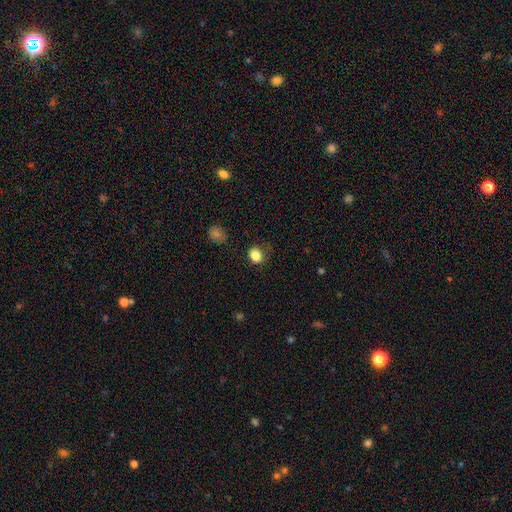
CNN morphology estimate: This is clearly a smooth galaxy (84%). How rounded: likely round (68%). Merging: likely none (73%).